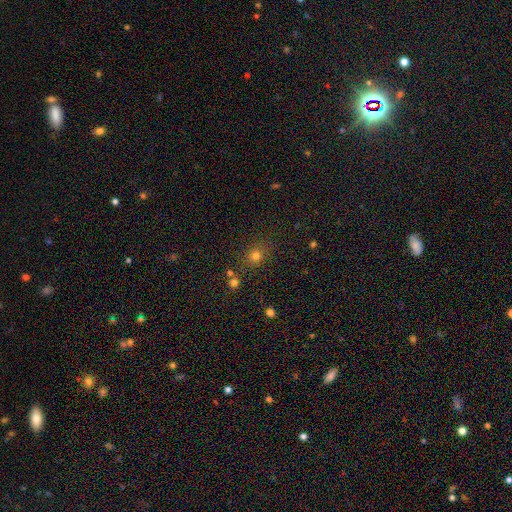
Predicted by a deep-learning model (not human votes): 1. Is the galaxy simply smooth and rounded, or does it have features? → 74% smooth, 19% star or artifact, 7% featured or disk.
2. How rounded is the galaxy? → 80% round, 19% in between, 1% cigar-shaped.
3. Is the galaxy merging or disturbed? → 82% none, 10% minor disturbance, 5% merger, 4% major disturbance.